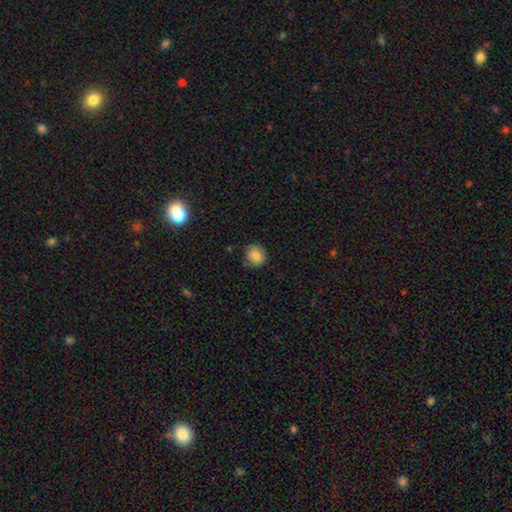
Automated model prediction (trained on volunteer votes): Morphology: type=smooth (83%); roundness=round (83%); merging=none (81%).